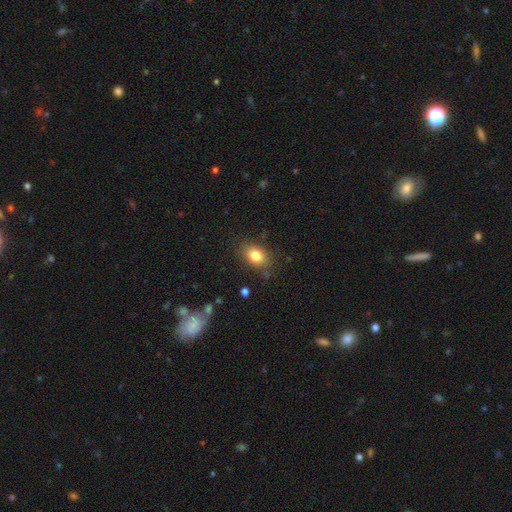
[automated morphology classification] Q: Smooth or featured?
A: smooth (82%); runner-up: star or artifact (9%)
Q: How rounded?
A: in between (76%); runner-up: round (22%)
Q: Merging?
A: none (81%); runner-up: minor disturbance (14%)